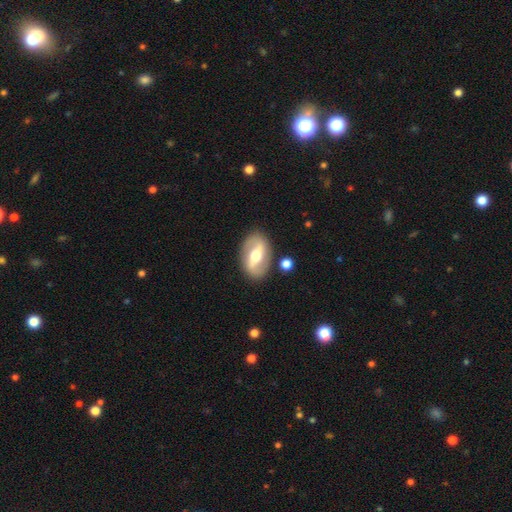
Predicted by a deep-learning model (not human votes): Smooth or featured? Predicted: featured or disk (p=0.73). Edge-on disk? Predicted: no (p=0.93). Bar? Predicted: strong (p=0.49). Spiral arms? Predicted: yes (p=0.74). Spiral winding? Predicted: loose (p=0.46). Spiral arm count? Predicted: 2 (p=0.89). Bulge size? Predicted: moderate (p=0.70). Merging? Predicted: none (p=0.85).